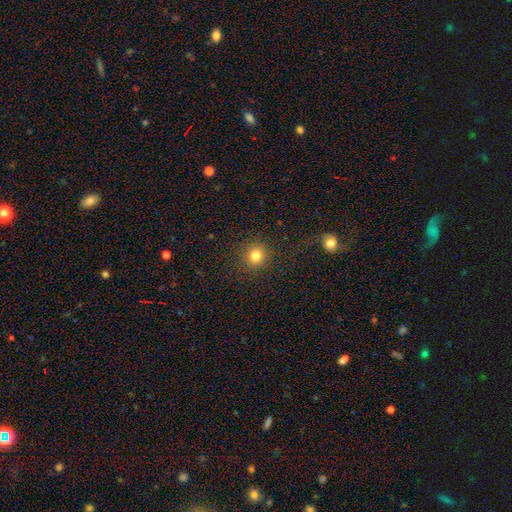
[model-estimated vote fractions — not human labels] A smooth galaxy with no disk features (81%) that is round (92%). Merging: none (91%).